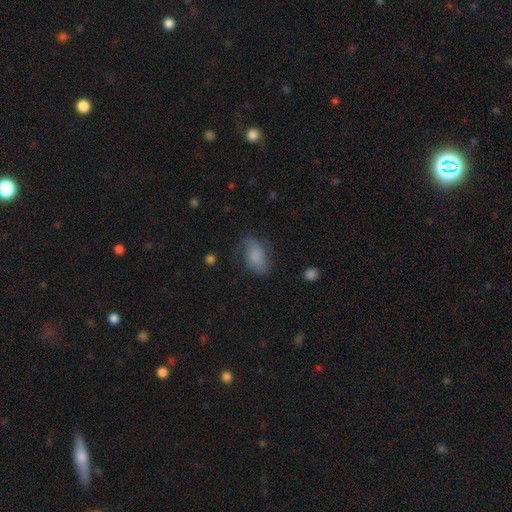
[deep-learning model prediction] Smooth or featured? smooth (74%)
How rounded? in between (90%)
Merging? none (59%)